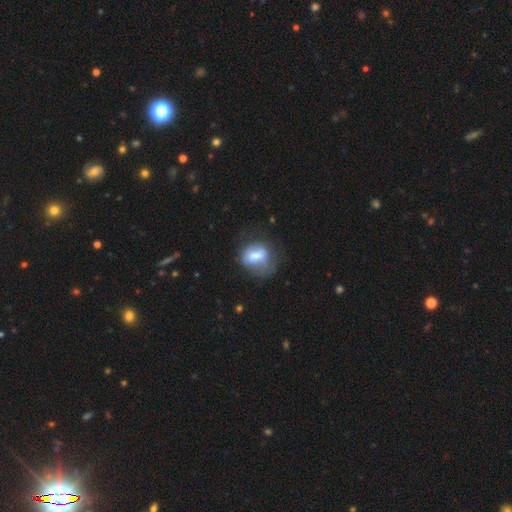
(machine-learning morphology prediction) Smooth or featured? Predicted: smooth (p=0.61). How rounded? Predicted: in between (p=0.54). Merging? Predicted: none (p=0.44).